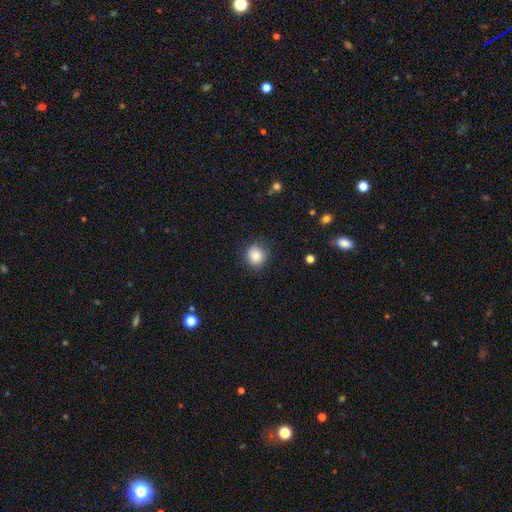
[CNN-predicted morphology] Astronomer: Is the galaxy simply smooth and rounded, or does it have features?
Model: smooth — 84%.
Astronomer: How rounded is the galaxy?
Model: round — 85%.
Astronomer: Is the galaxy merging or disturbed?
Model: none — 84%.